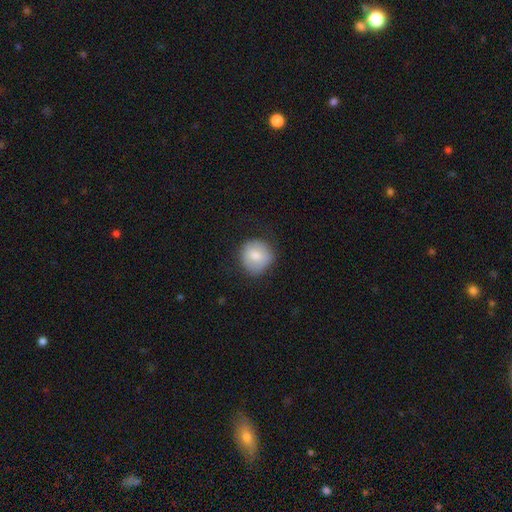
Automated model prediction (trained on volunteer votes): Smooth or featured?
  - smooth: 80% *
  - featured or disk: 13%
  - star or artifact: 7%
How rounded?
  - round: 91% *
  - in between: 9%
  - cigar-shaped: 1%
Merging?
  - none: 76% *
  - minor disturbance: 17%
  - major disturbance: 5%
  - merger: 1%